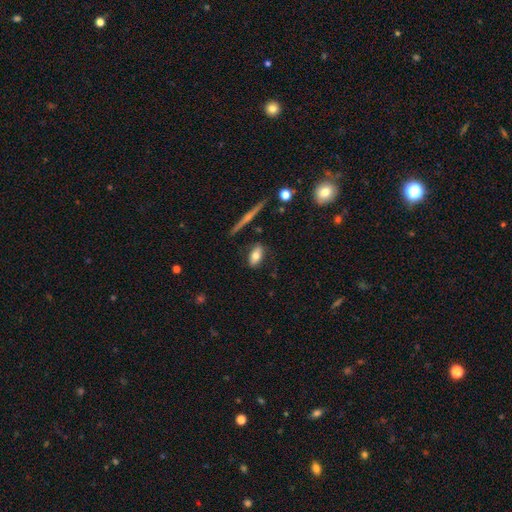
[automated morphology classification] type=smooth (73%); roundness=in between (86%); merging=none (82%).